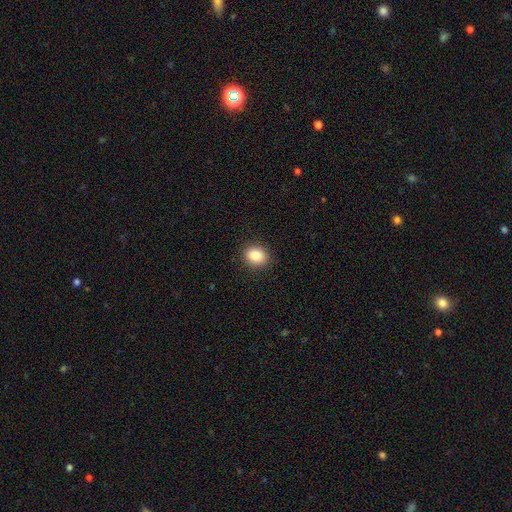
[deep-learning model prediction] Q: Smooth or featured?
A: smooth (87%); runner-up: star or artifact (9%)
Q: How rounded?
A: round (53%); runner-up: in between (46%)
Q: Merging?
A: none (90%); runner-up: minor disturbance (7%)